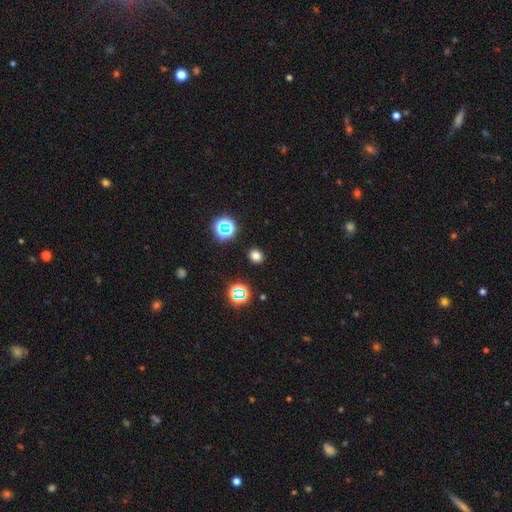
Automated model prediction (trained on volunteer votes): Overall: smooth (73%). How rounded: round (71%). Merging: none (90%).